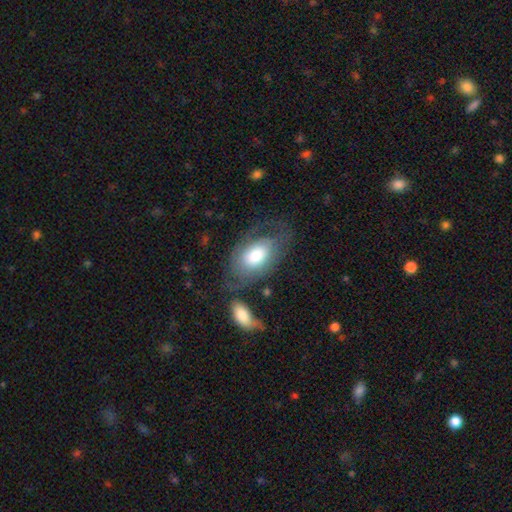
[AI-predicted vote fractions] This is possibly a featured or disk galaxy (47%, tied with smooth). Merging: possibly none (47%).